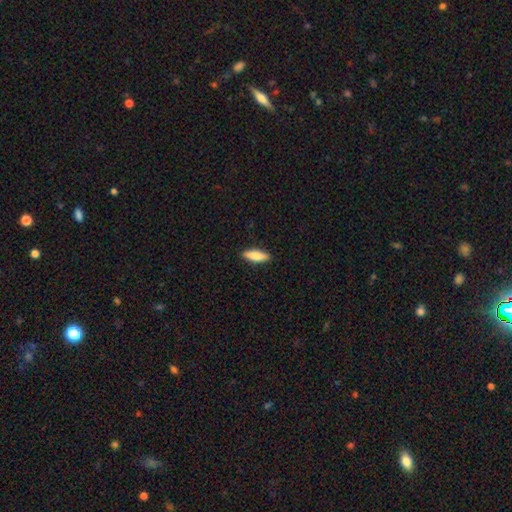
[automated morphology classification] Overall: smooth (80%). How rounded: in between (51%; cigar-shaped 47%). Merging: none (90%).